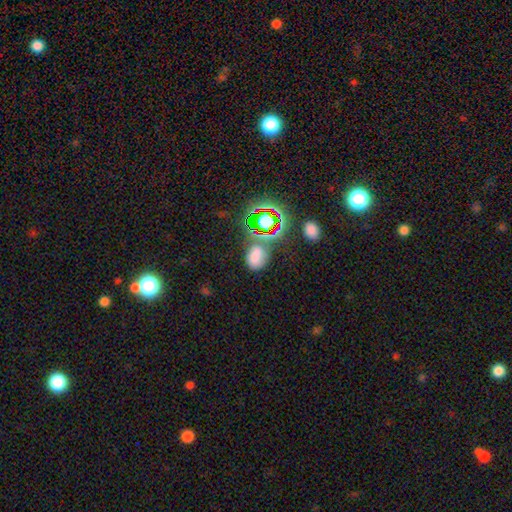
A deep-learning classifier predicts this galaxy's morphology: Q: Smooth or featured?
A: smooth (62%); runner-up: star or artifact (30%)
Q: How rounded?
A: in between (75%); runner-up: round (23%)
Q: Merging?
A: none (59%); runner-up: minor disturbance (19%)